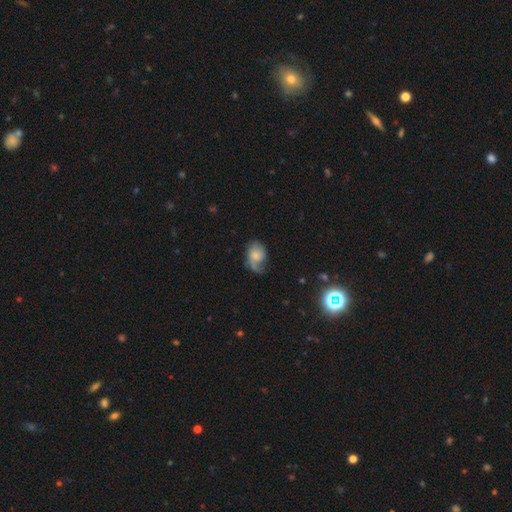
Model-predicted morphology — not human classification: This appears to be a smooth galaxy with no disk features (49%). Merging: none (37%).